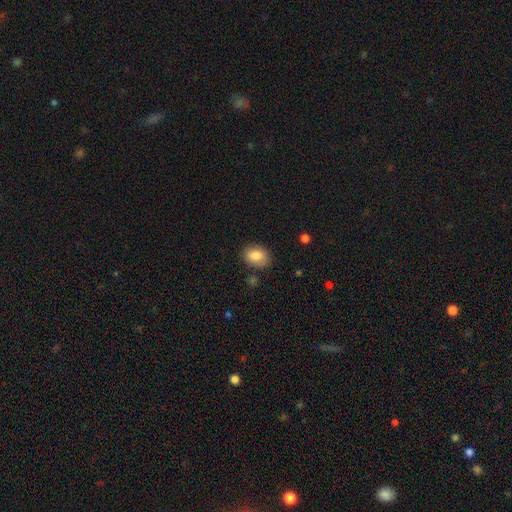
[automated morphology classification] smooth 83%, featured or disk 9%, star or artifact 8%. Down the decision tree: how rounded — in between (70%); merging — none (78%).